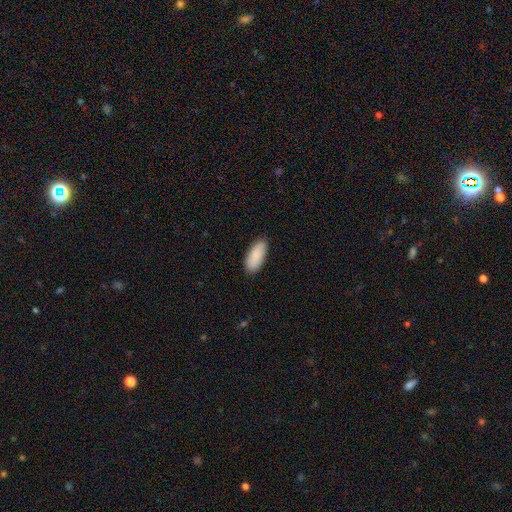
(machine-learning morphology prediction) smooth-or-featured: smooth: 90% | star or artifact: 6% | featured or disk: 4%
  how-rounded: in between: 84% | cigar-shaped: 15% | round: 2%
  merging: none: 87% | minor disturbance: 10% | major disturbance: 2% | merger: 1%